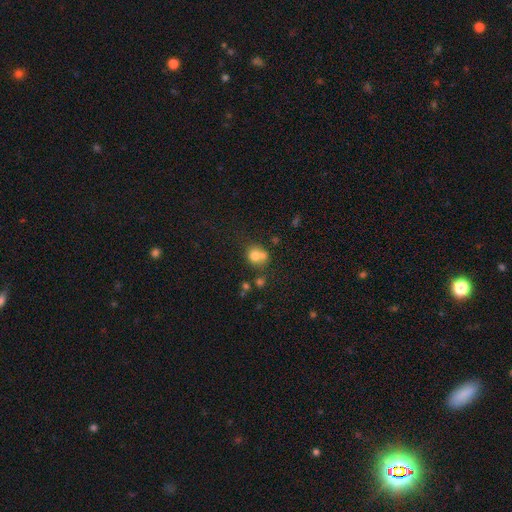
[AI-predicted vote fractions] Smooth or featured? Predicted: smooth (p=0.73). How rounded? Predicted: round (p=0.77). Merging? Predicted: merger (p=0.44).